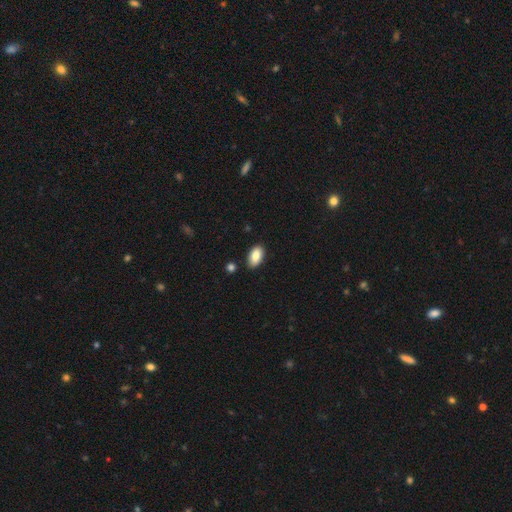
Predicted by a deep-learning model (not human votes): Smooth or featured: smooth — 85% (featured or disk — 8%)
How rounded: in between — 94% (round — 4%)
Merging: none — 86% (minor disturbance — 10%)